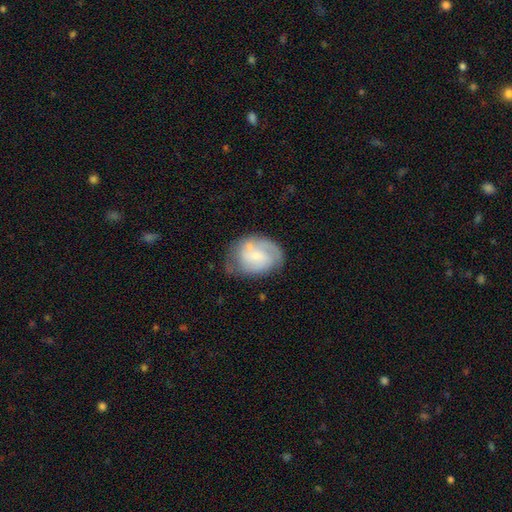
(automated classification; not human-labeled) This appears to be a featured or disk galaxy (59%) with no bar (49%), spiral arms (83%) and a small central bulge (62%). Merging: none (55%).